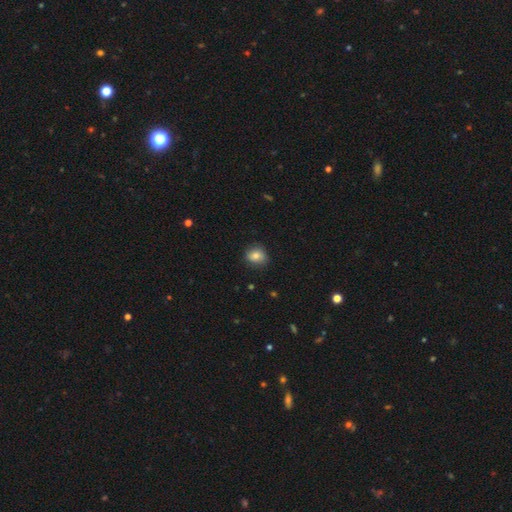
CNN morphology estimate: This is likely a smooth galaxy (79%). How rounded: likely round (67%). Merging: likely none (80%).